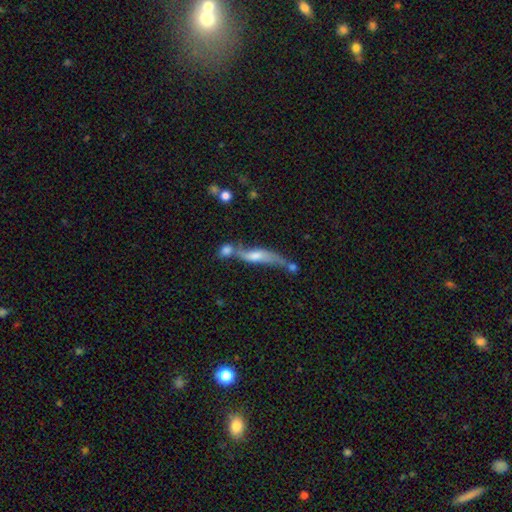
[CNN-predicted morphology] featured or disk 60%, smooth 29%, star or artifact 11%. Down the decision tree: edge-on disk — yes (66%); merging — none (39%).